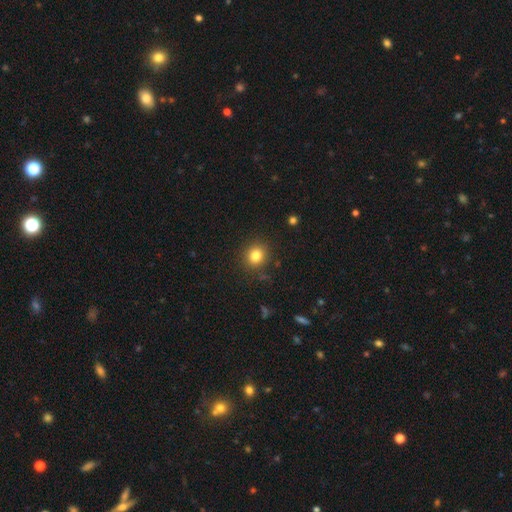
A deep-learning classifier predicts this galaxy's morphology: Smooth or featured? smooth (82%)
How rounded? round (85%)
Merging? none (88%)